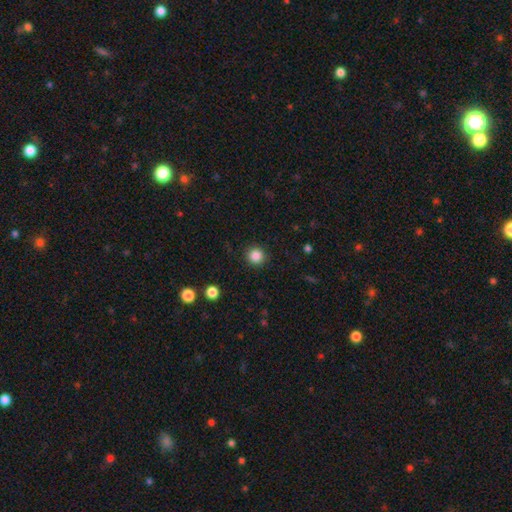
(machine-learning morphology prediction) This is clearly a smooth galaxy (85%). How rounded: clearly round (95%). Merging: clearly none (92%).